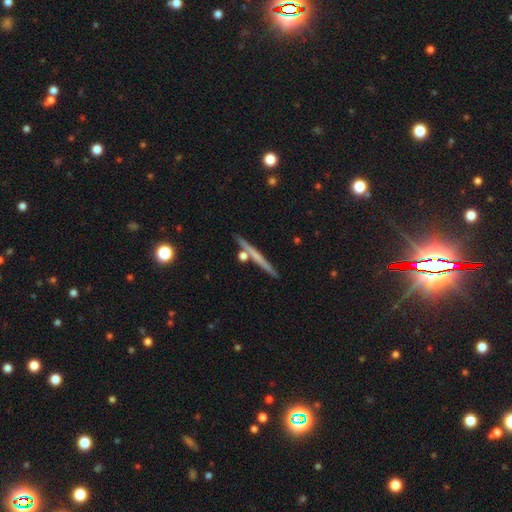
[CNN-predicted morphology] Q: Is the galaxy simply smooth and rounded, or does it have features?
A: featured or disk — 51%.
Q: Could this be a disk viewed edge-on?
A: yes — 96%.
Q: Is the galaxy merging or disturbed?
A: none — 84%.